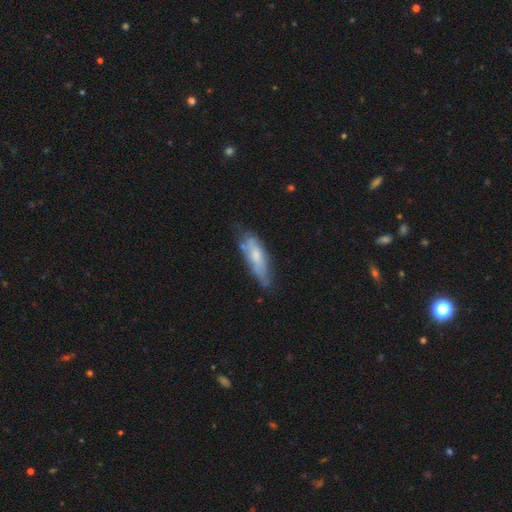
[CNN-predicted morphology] A smooth galaxy with no disk features (52%) that is cigar-shaped (54%). Merging: none (53%).